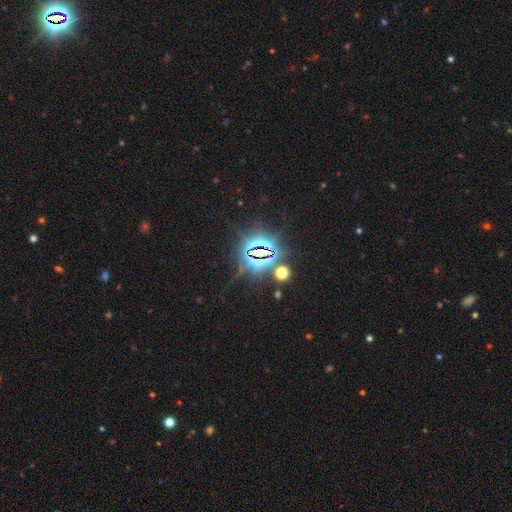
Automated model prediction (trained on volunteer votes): A star or artifact, not a galaxy (85%).

Vote fractions:
- Smooth or featured? star or artifact: 85% / smooth: 8% / featured or disk: 6%